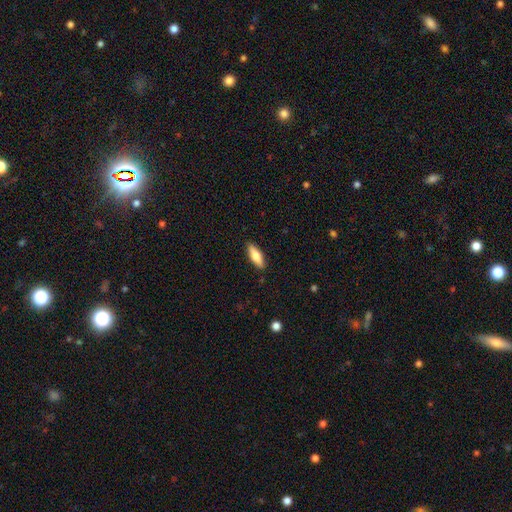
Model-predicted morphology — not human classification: A smooth galaxy with no disk features (73%) that is in between round and cigar-shaped (59%).

Vote fractions:
- Smooth or featured? smooth: 73% / featured or disk: 21% / star or artifact: 6%
- How rounded? in between: 59% / cigar-shaped: 39% / round: 2%
- Merging? none: 89% / minor disturbance: 9% / major disturbance: 2% / merger: 1%